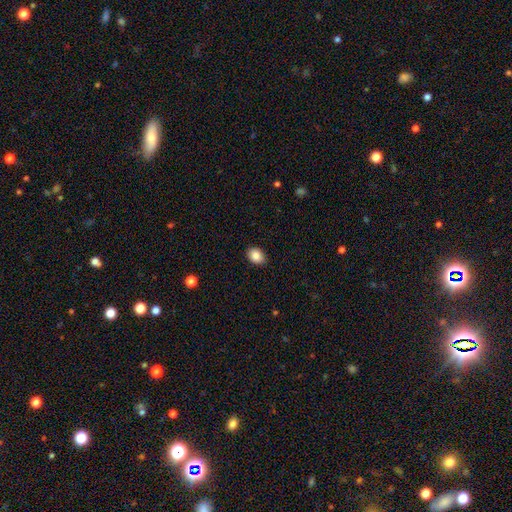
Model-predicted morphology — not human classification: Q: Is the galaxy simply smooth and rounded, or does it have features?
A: smooth — 87%.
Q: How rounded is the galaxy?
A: in between — 66%.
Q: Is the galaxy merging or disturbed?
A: none — 89%.